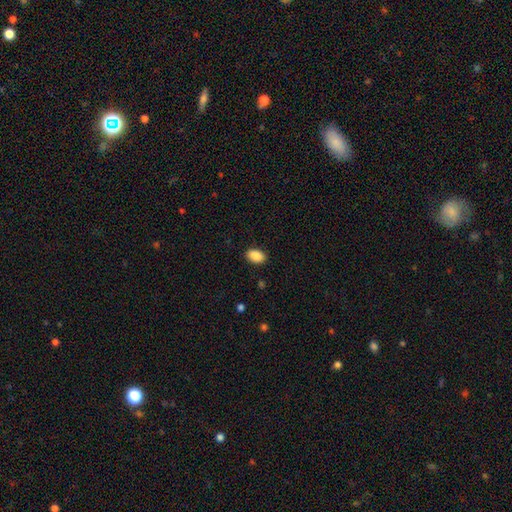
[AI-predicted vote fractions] The model was most divided on "how rounded": in between: 89%, round: 9%, cigar-shaped: 1%. More confident: smooth or featured — smooth (90%); merging — none (89%).